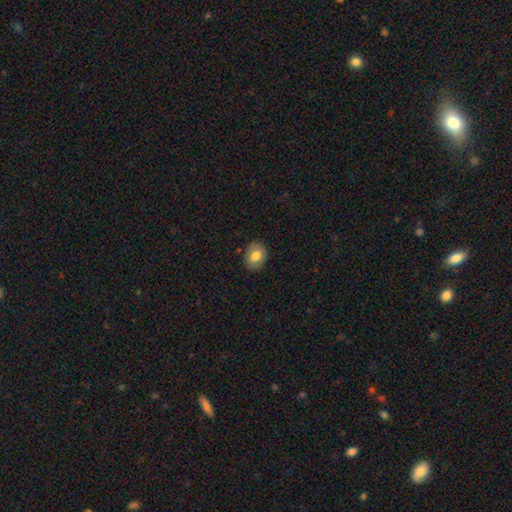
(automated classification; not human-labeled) Q: Smooth or featured?
A: smooth (75%); runner-up: featured or disk (18%)
Q: How rounded?
A: in between (61%); runner-up: round (38%)
Q: Merging?
A: none (85%); runner-up: minor disturbance (11%)